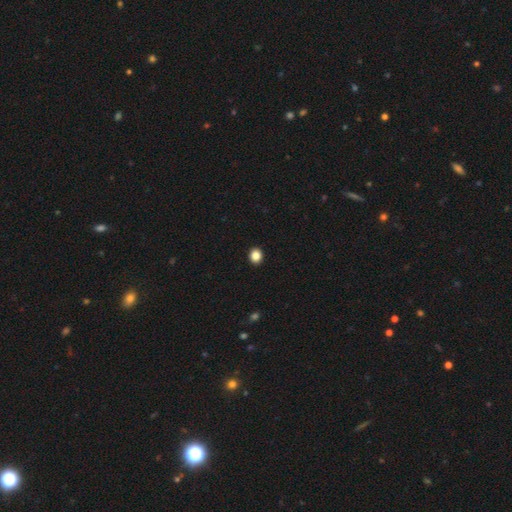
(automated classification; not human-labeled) This is clearly a smooth galaxy (86%). How rounded: likely round (72%). Merging: clearly none (93%).